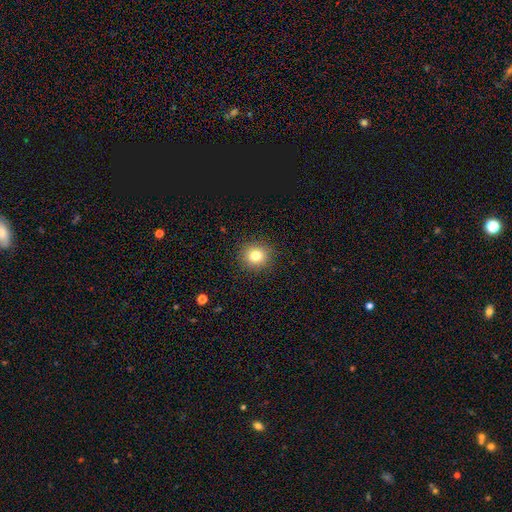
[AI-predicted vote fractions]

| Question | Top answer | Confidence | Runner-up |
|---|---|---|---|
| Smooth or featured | smooth | 80% | star or artifact (12%) |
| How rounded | round | 91% | in between (8%) |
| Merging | none | 90% | minor disturbance (6%) |